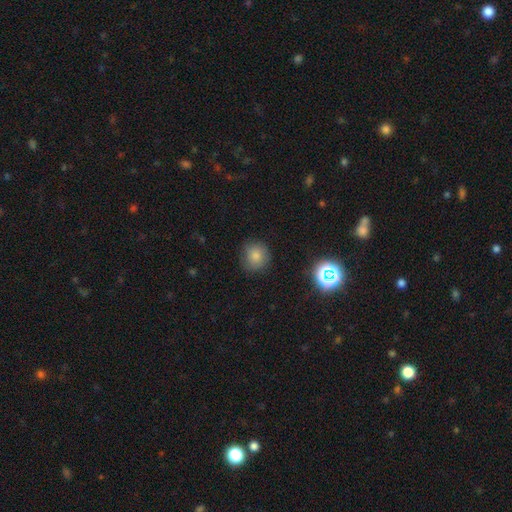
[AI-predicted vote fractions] Smooth or featured?
  - smooth: 81% *
  - star or artifact: 12%
  - featured or disk: 7%
How rounded?
  - round: 90% *
  - in between: 9%
  - cigar-shaped: 1%
Merging?
  - none: 83% *
  - minor disturbance: 12%
  - major disturbance: 3%
  - merger: 1%